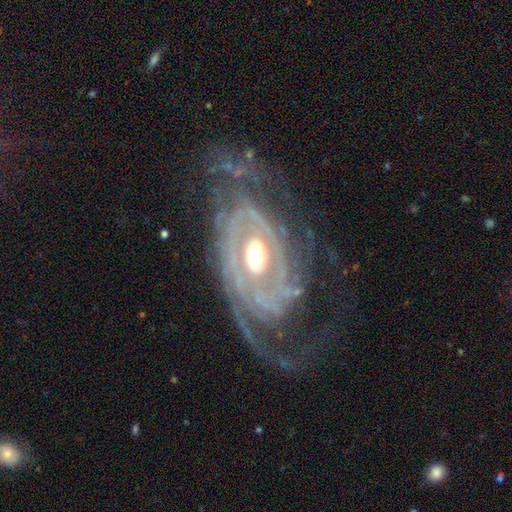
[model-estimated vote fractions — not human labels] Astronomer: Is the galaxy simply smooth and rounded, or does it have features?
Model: featured or disk — 88%.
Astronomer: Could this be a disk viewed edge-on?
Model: no — 93%.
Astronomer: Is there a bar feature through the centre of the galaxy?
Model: no — 69%.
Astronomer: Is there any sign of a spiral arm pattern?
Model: yes — 90%.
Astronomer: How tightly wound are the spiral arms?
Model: tight — 65%.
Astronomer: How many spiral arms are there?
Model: can't tell — 34% (runner-up: 2, 25%).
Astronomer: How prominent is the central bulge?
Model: moderate — 71%.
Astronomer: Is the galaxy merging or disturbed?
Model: none — 62%.